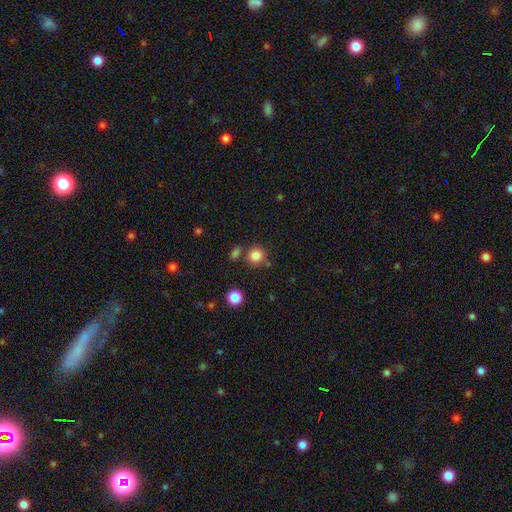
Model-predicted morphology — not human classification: The model was most divided on "merging": none: 77%, merger: 10%, minor disturbance: 10%, major disturbance: 4%. More confident: how rounded — round (87%); smooth or featured — smooth (84%).